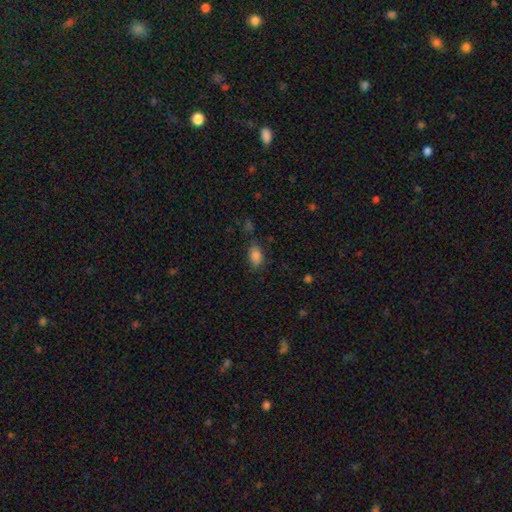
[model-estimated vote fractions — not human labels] smooth 85%, star or artifact 10%, featured or disk 5%. Down the decision tree: how rounded — in between (89%); merging — none (72%).